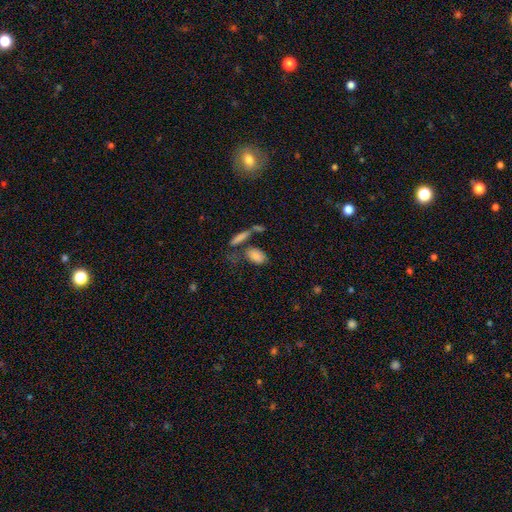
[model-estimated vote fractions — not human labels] This is clearly a smooth galaxy (81%). How rounded: clearly in between (89%). Merging: possibly none (51%).